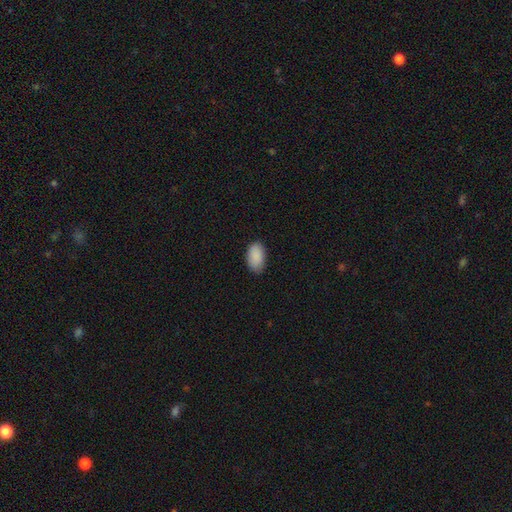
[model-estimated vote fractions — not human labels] The model was most divided on "merging": none: 81%, minor disturbance: 15%, major disturbance: 3%, merger: 1%. More confident: how rounded — in between (94%); smooth or featured — smooth (90%).